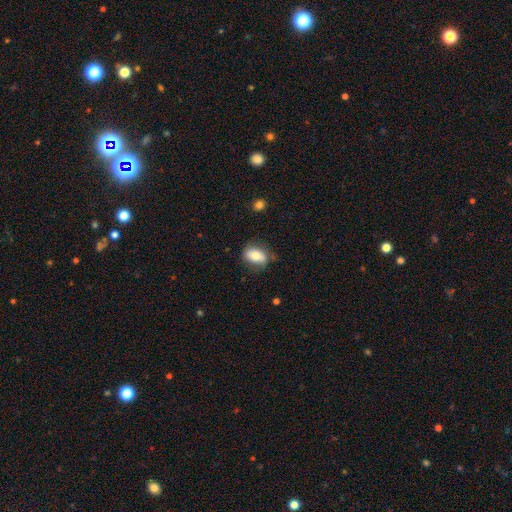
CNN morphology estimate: Smooth or featured? smooth (73%)
How rounded? in between (84%)
Merging? none (70%)